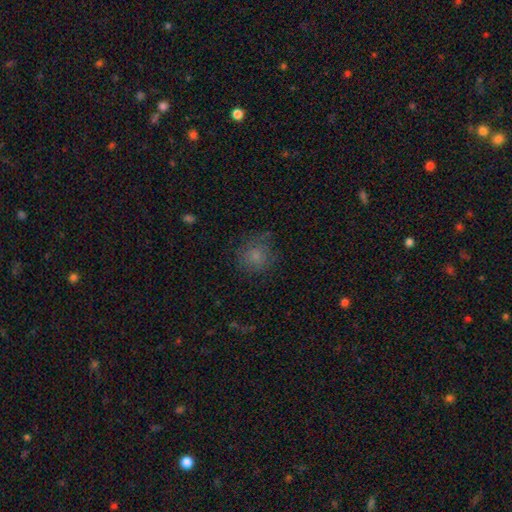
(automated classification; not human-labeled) A smooth galaxy with no disk features (76%) that is round (87%).

Vote fractions:
- Smooth or featured? smooth: 76% / star or artifact: 13% / featured or disk: 11%
- How rounded? round: 87% / in between: 12% / cigar-shaped: 1%
- Merging? none: 71% / minor disturbance: 19% / major disturbance: 9% / merger: 1%